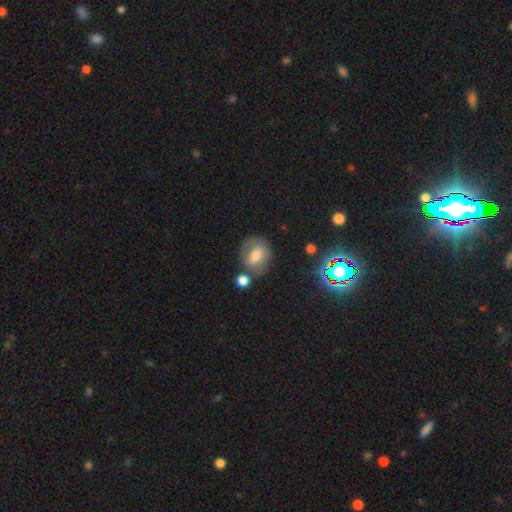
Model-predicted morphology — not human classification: This appears to be a smooth galaxy with no disk features (46%). Merging: none (63%).